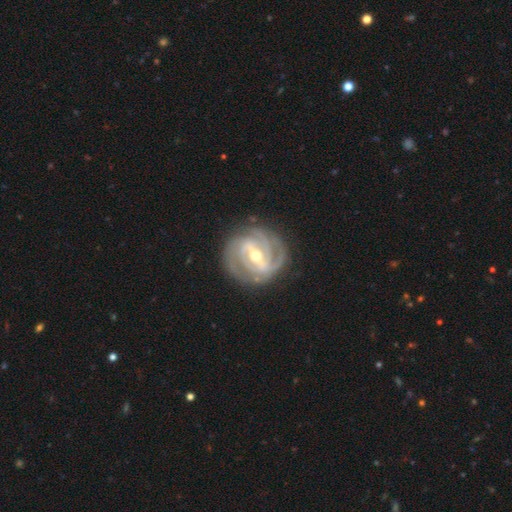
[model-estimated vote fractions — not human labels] A featured or disk galaxy (91%) with a strong bar (57%), 2 (35%) tight (70%) spiral arms (97%) and a moderate central bulge (62%). Merging: none (82%).